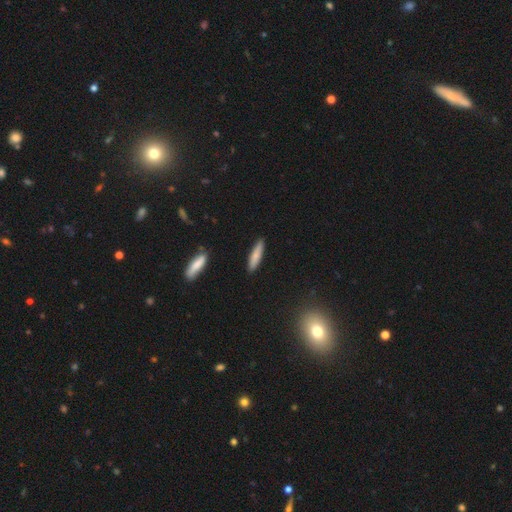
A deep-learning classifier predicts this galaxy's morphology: Smooth or featured? smooth (79%)
How rounded? cigar-shaped (82%)
Merging? none (89%)